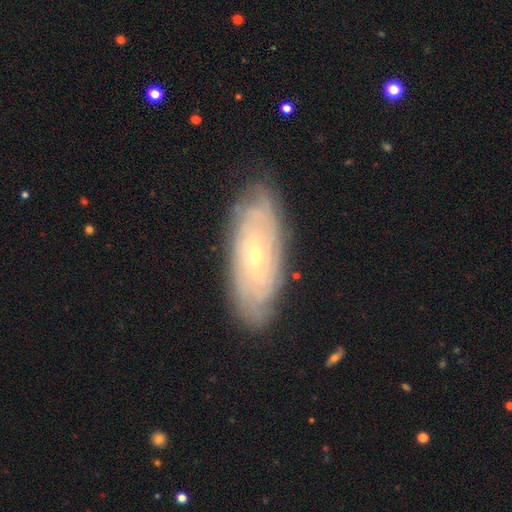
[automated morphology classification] Smooth or featured? featured or disk (74%)
Edge-on disk? no (87%)
Bar? no (76%)
Spiral arms? yes (86%)
Spiral winding? tight (80%)
Spiral arm count? can't tell (62%)
Bulge size? small (69%)
Merging? none (83%)